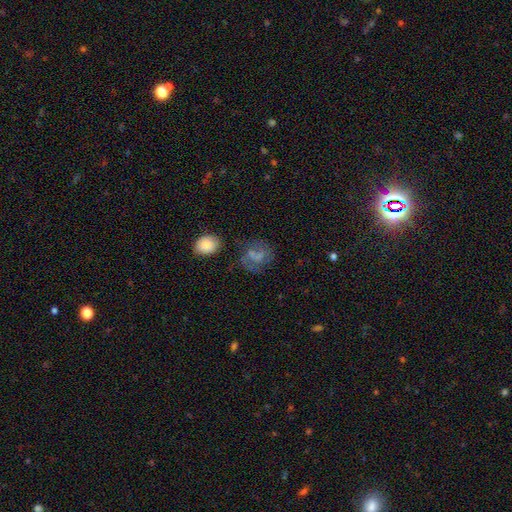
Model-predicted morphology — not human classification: smooth_or_featured: featured or disk (p=0.44) [alt: smooth p=0.43]
merging: none (p=0.51) [alt: minor disturbance p=0.21]